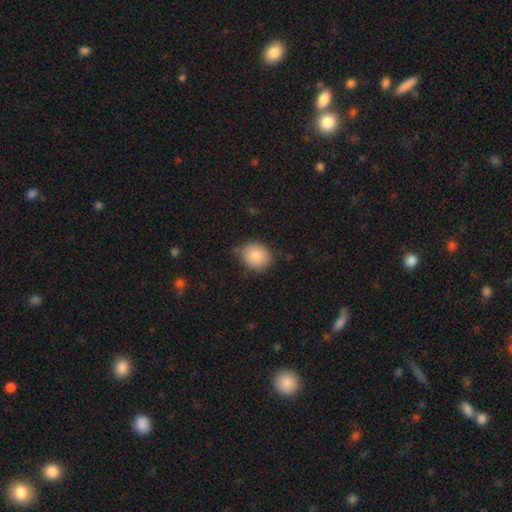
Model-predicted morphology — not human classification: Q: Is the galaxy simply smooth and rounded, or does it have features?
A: smooth — 85%.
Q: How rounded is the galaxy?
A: round — 69%.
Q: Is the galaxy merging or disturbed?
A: none — 75%.